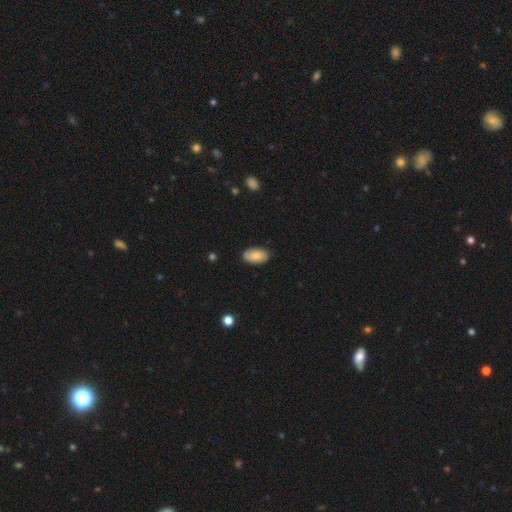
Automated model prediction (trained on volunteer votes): smooth-or-featured: smooth: 81% | featured or disk: 12% | star or artifact: 7%
  how-rounded: in between: 94% | round: 4% | cigar-shaped: 2%
  merging: none: 85% | minor disturbance: 11% | major disturbance: 2% | merger: 1%